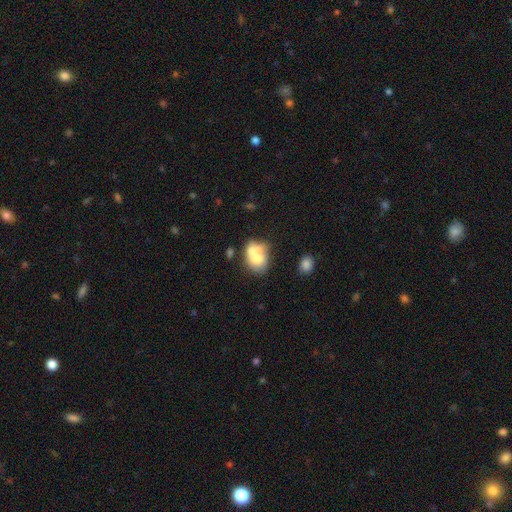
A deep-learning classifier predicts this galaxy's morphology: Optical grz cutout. It shows a smooth galaxy with no disk features (62%) that is in between round and cigar-shaped (57%). Merging: merger (55%).